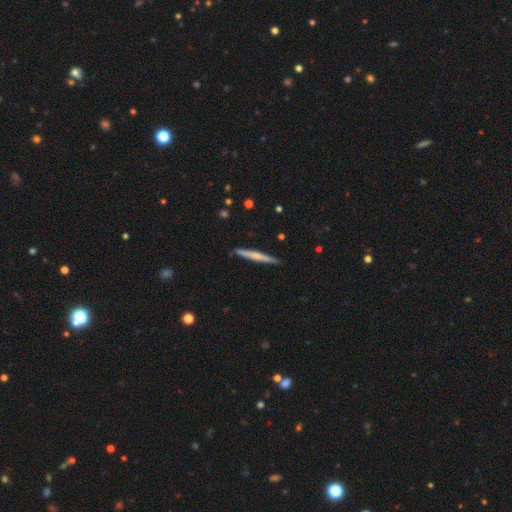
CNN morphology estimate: smooth-or-featured: featured or disk: 49% | smooth: 46% | star or artifact: 5%
  merging: none: 90% | minor disturbance: 8% | major disturbance: 1% | merger: 1%